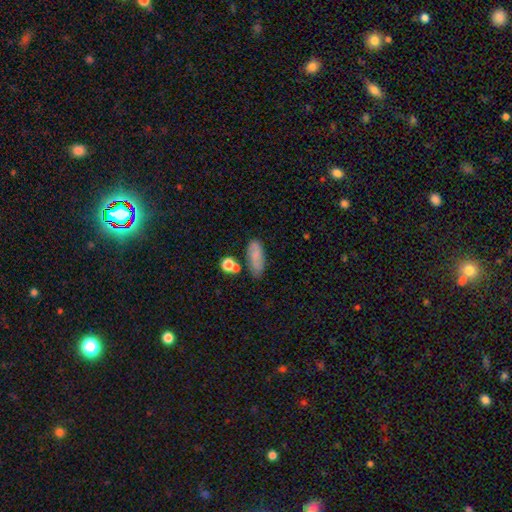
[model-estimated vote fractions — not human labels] smooth 72%, featured or disk 19%, star or artifact 9%. Down the decision tree: how rounded — in between (78%); merging — none (65%).